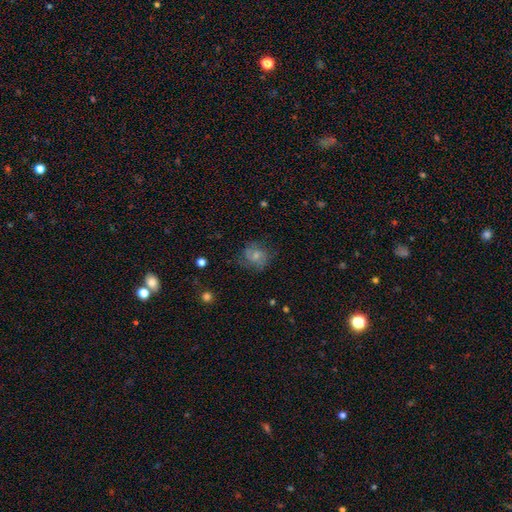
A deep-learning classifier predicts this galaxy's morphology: A smooth galaxy with no disk features (57%) that is round (70%). Merging: none (61%).